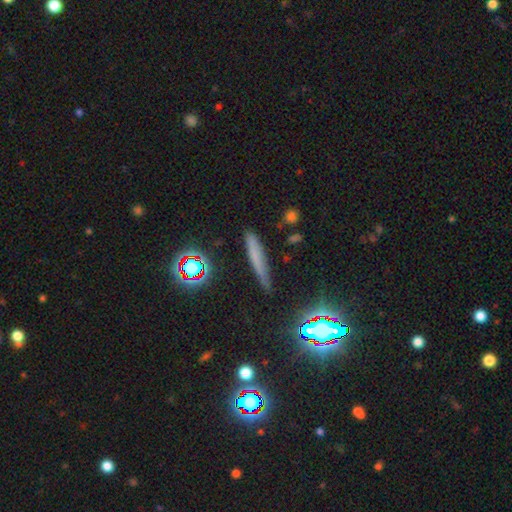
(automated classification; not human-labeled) The model was most divided on "smooth or featured": smooth: 56%, featured or disk: 24%, star or artifact: 20%. More confident: how rounded — cigar-shaped (91%); merging — none (81%).